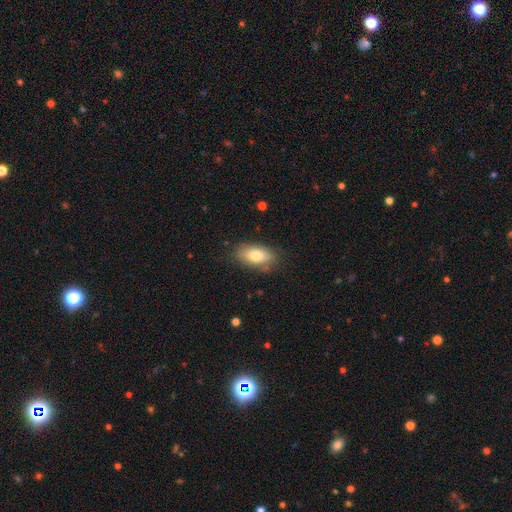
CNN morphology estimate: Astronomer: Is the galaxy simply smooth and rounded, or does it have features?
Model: smooth — 76%.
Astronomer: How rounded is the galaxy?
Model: in between — 89%.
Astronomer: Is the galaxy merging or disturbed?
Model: none — 78%.